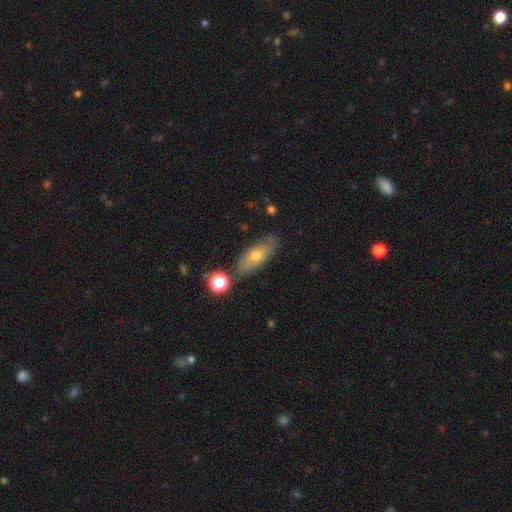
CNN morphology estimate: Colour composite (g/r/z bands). It shows a smooth galaxy with no disk features (63%) that is in between round and cigar-shaped (72%). Merging: none (75%).